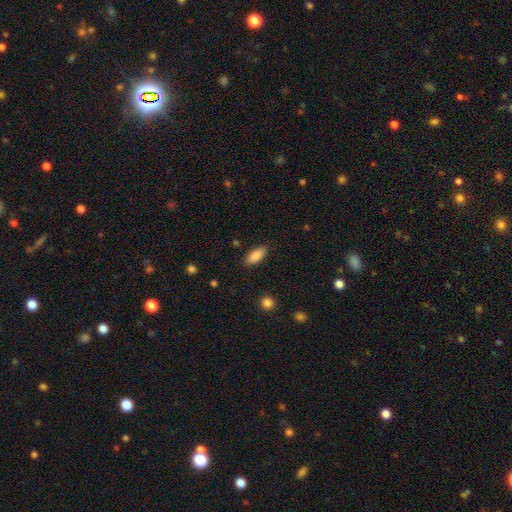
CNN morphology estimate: Smooth or featured? Predicted: smooth (p=0.85). How rounded? Predicted: in between (p=0.84). Merging? Predicted: none (p=0.85).